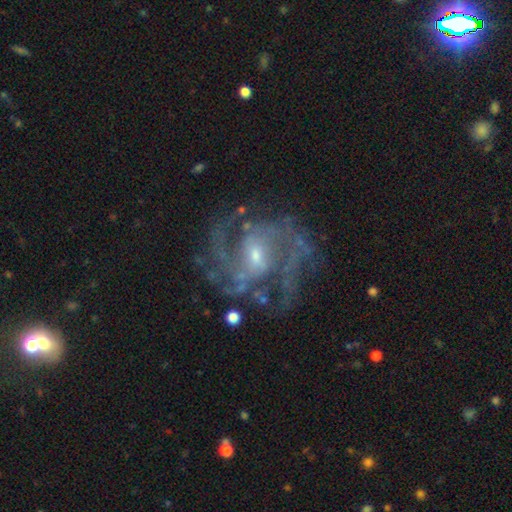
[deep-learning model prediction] featured or disk 89%, star or artifact 6%, smooth 5%. Down the decision tree: edge-on disk — no (98%); bar — weak (53%); spiral arms — yes (96%); spiral arm count — 2 (47%); spiral winding — medium (53%); bulge size — small (61%); merging — none (64%).